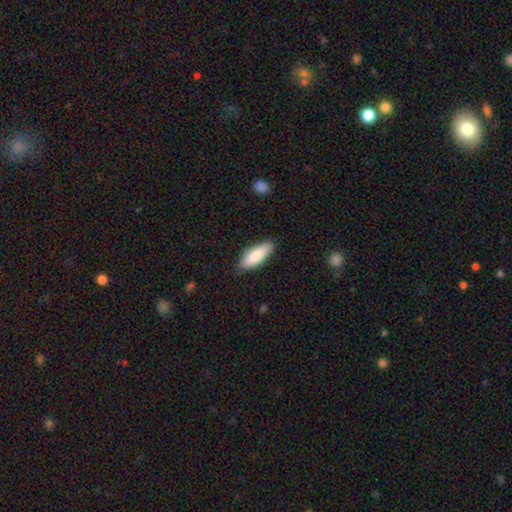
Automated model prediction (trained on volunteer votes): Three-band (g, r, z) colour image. It shows a smooth galaxy with no disk features (82%) that is in between round and cigar-shaped (66%). Merging: none (84%).